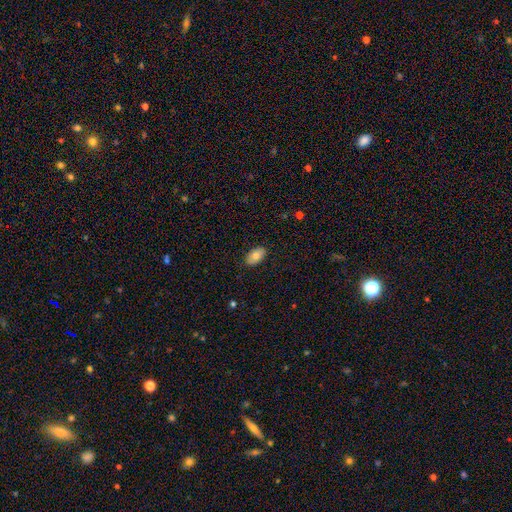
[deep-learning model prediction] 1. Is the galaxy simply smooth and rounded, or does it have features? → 79% smooth, 14% featured or disk, 7% star or artifact.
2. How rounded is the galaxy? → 94% in between, 4% round, 2% cigar-shaped.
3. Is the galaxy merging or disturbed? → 88% none, 9% minor disturbance, 2% major disturbance, 1% merger.